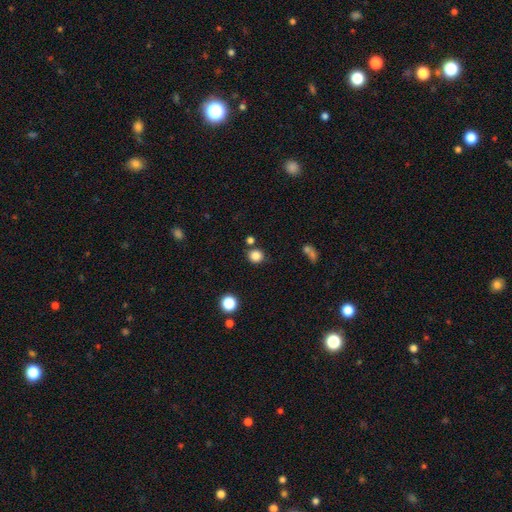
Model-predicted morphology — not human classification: This is clearly a smooth galaxy (84%). How rounded: clearly round (88%). Merging: likely none (79%).